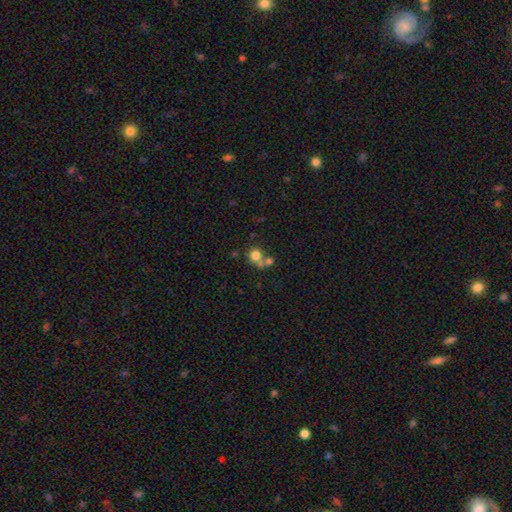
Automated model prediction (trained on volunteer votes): This appears to be a smooth galaxy with no disk features (76%) that is round (85%). Merging: none (47%).